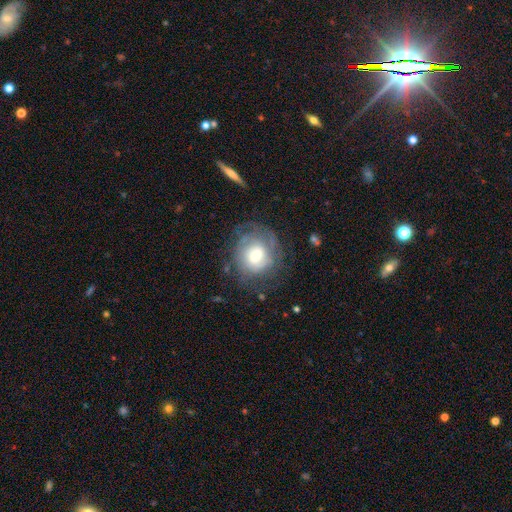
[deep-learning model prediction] This is possibly a featured or disk galaxy (59%). It is clearly not viewed edge-on (96%). Bar: likely no (63%). Spiral arm pattern: likely yes (76%). Central bulge: possibly moderate (56%). Merging: likely none (67%).